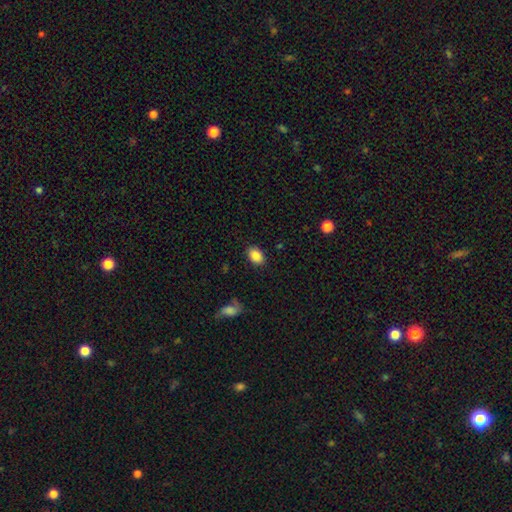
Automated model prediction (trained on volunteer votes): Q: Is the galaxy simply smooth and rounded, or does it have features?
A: smooth — 88%.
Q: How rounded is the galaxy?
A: in between — 85%.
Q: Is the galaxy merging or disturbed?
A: none — 87%.